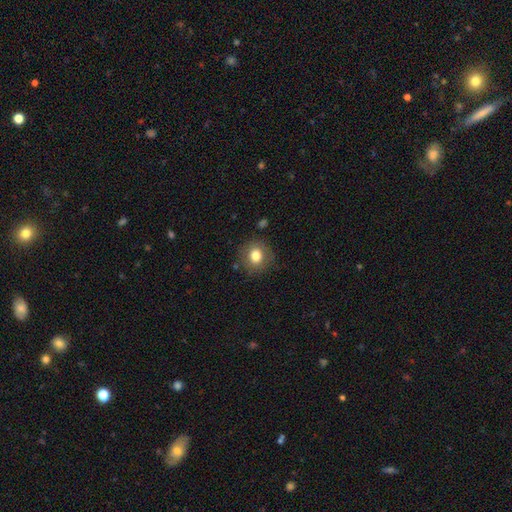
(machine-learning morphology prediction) A smooth galaxy with no disk features (79%) that is round (81%). Merging: none (84%).